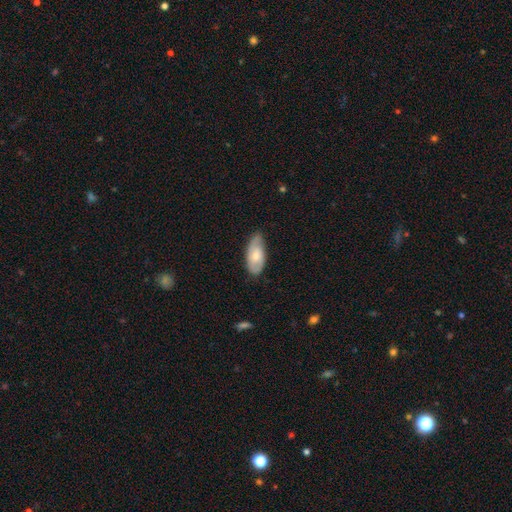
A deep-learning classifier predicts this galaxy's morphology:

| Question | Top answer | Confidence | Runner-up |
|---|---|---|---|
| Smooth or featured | smooth | 64% | featured or disk (30%) |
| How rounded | in between | 90% | cigar-shaped (8%) |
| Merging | none | 62% | minor disturbance (31%) |